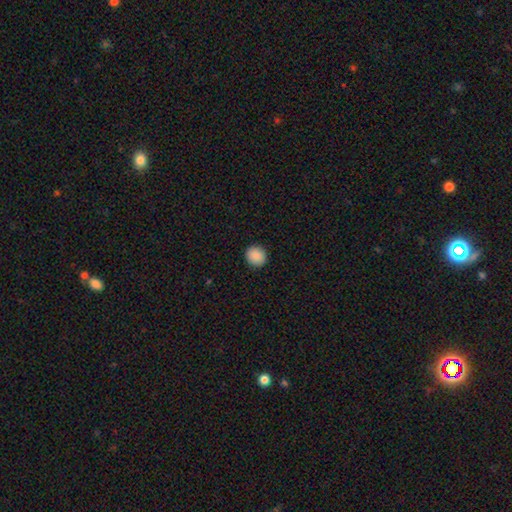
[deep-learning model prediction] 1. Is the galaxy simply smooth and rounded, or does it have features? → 89% smooth, 8% star or artifact, 3% featured or disk.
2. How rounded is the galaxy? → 87% round, 12% in between, 1% cigar-shaped.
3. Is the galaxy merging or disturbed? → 92% none, 5% minor disturbance, 2% major disturbance, 1% merger.